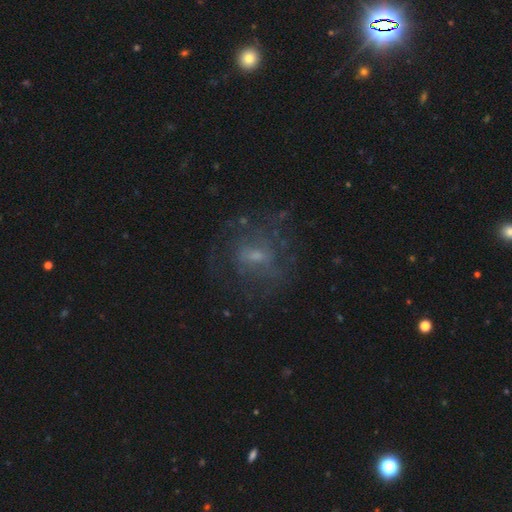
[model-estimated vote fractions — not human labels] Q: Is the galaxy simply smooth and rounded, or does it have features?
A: featured or disk — 57%.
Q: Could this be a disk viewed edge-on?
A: no — 96%.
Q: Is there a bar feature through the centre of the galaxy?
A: no — 51%.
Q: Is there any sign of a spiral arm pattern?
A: no — 50%, tied with yes.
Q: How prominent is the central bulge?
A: small — 54%.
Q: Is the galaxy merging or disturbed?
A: none — 61%.